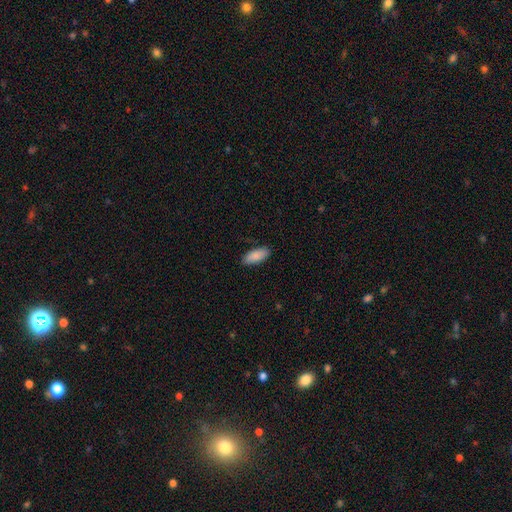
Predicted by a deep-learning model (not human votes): smooth_or_featured: smooth (p=0.89) [alt: star or artifact p=0.06]
how_rounded: in between (p=0.82) [alt: cigar-shaped p=0.17]
merging: none (p=0.87) [alt: minor disturbance p=0.10]